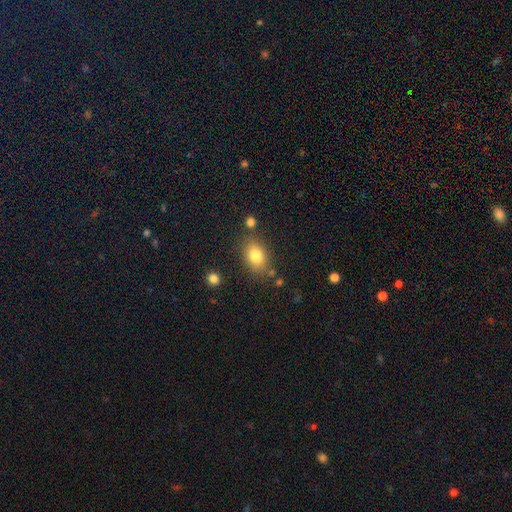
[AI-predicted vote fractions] Smooth or featured: smooth — 81% (featured or disk — 10%)
How rounded: in between — 79% (round — 20%)
Merging: none — 77% (minor disturbance — 14%)